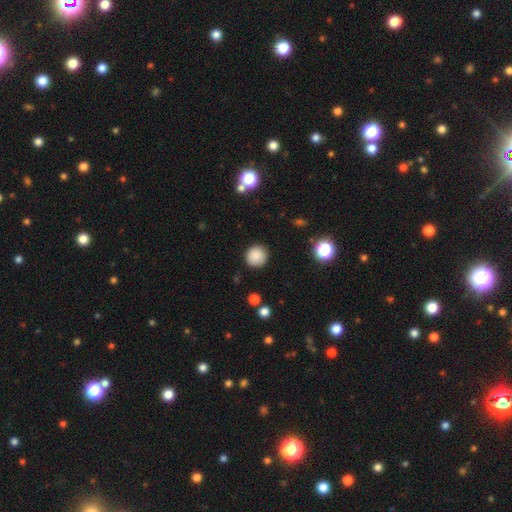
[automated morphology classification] Smooth or featured?
  - smooth: 86% *
  - star or artifact: 9%
  - featured or disk: 4%
How rounded?
  - round: 94% *
  - in between: 5%
  - cigar-shaped: 1%
Merging?
  - none: 89% *
  - minor disturbance: 8%
  - major disturbance: 2%
  - merger: 1%